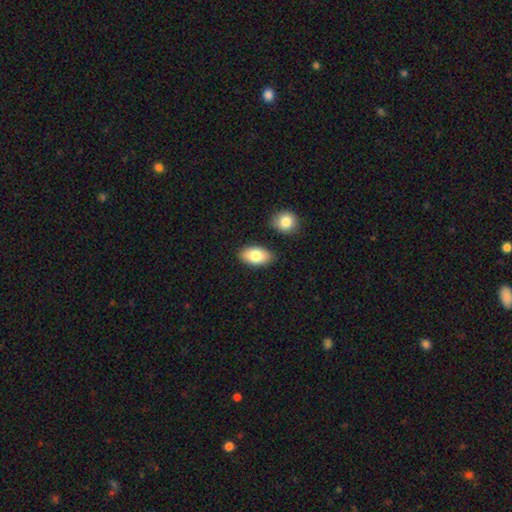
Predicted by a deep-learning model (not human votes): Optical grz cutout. It shows a smooth galaxy with no disk features (81%) that is in between round and cigar-shaped (93%). Merging: none (83%).